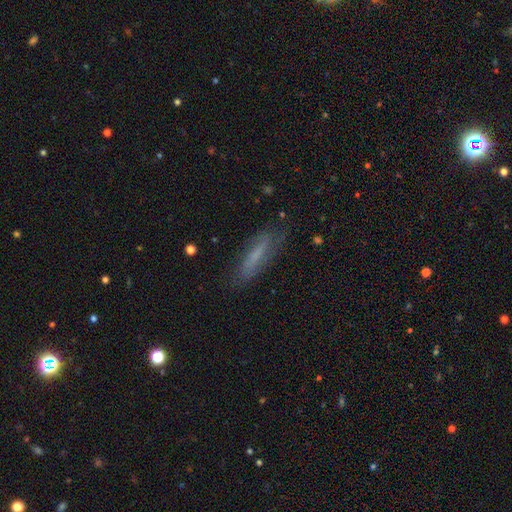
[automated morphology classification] This is possibly a smooth galaxy (52%). How rounded: likely cigar-shaped (74%). Merging: likely none (77%).